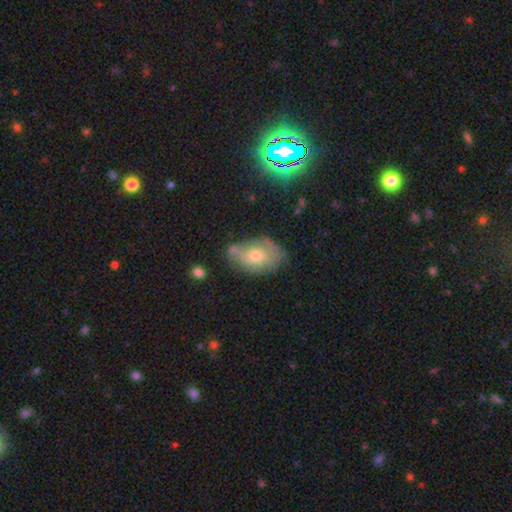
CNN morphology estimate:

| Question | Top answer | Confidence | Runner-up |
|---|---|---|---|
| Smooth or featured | smooth | 44% | featured or disk (42%) |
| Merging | none | 50% | minor disturbance (32%) |